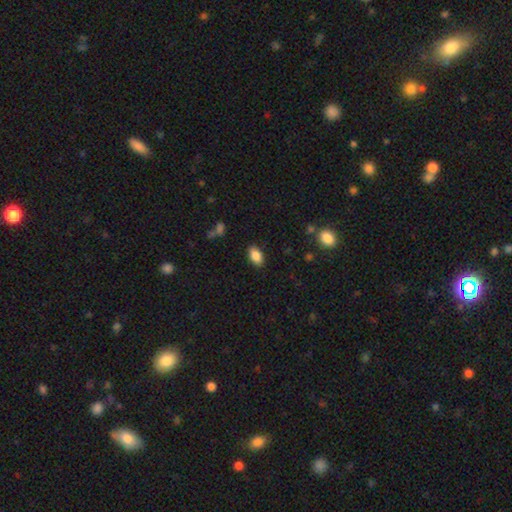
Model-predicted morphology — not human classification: This is clearly a smooth galaxy (87%). How rounded: clearly in between (92%). Merging: clearly none (87%).